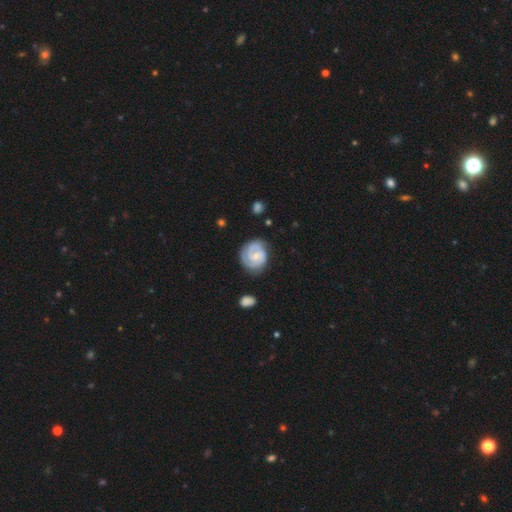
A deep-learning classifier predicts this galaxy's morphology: The model was most divided on "bar": no: 47%, weak: 44%, strong: 9%. More confident: edge-on disk — no (98%); spiral arms — yes (96%); smooth or featured — featured or disk (80%); merging — none (72%); spiral arm count — 2 (68%); spiral winding — tight (63%); bulge size — small (58%).